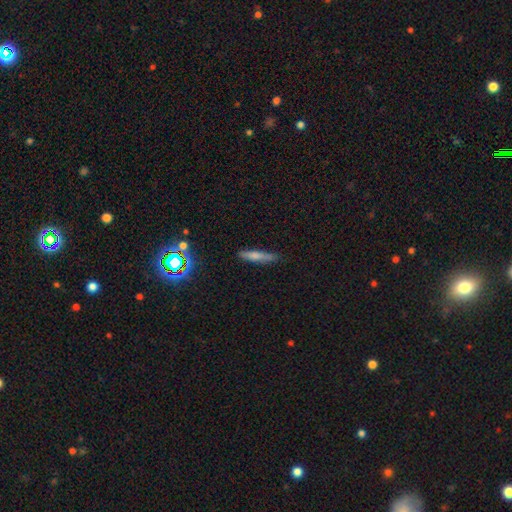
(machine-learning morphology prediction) smooth 66%, featured or disk 25%, star or artifact 9%. Down the decision tree: how rounded — cigar-shaped (88%); merging — none (83%).